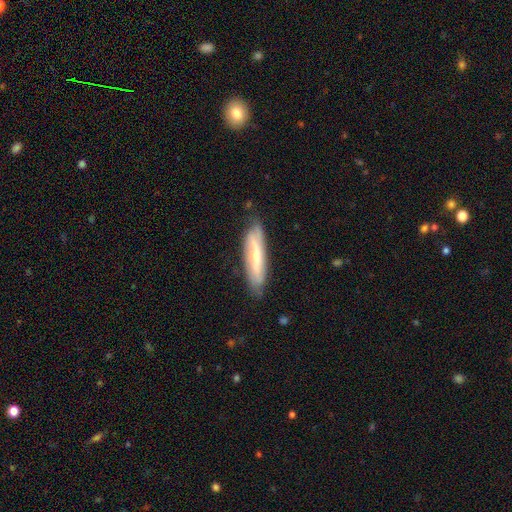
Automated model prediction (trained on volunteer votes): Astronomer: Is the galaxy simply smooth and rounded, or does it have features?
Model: featured or disk — 48% (runner-up: smooth, 45%).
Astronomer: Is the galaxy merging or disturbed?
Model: none — 77%.